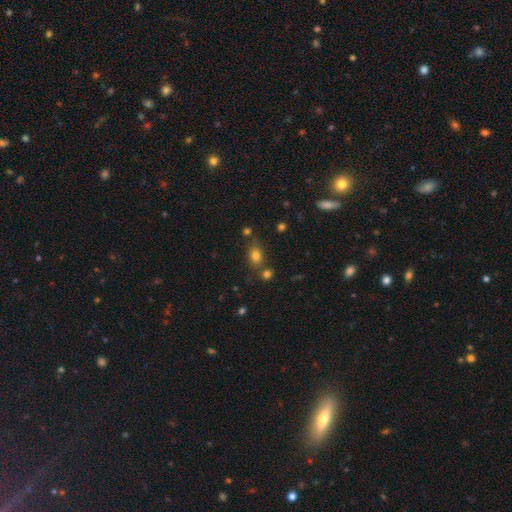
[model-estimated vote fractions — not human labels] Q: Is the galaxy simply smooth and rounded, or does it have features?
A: smooth — 78%.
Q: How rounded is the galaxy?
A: in between — 67%.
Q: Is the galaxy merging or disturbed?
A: none — 67%.